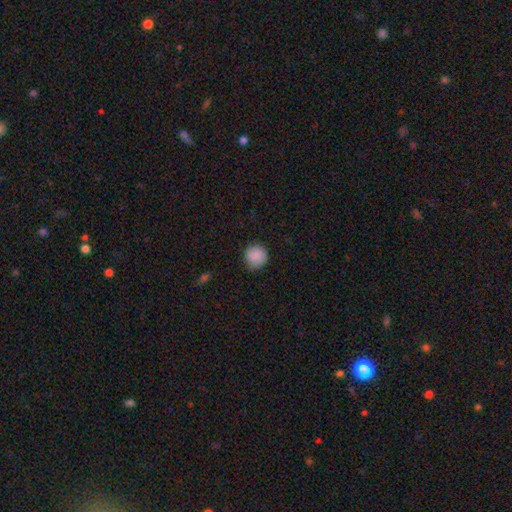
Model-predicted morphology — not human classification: This is clearly a smooth galaxy (89%). How rounded: clearly round (93%). Merging: clearly none (84%).